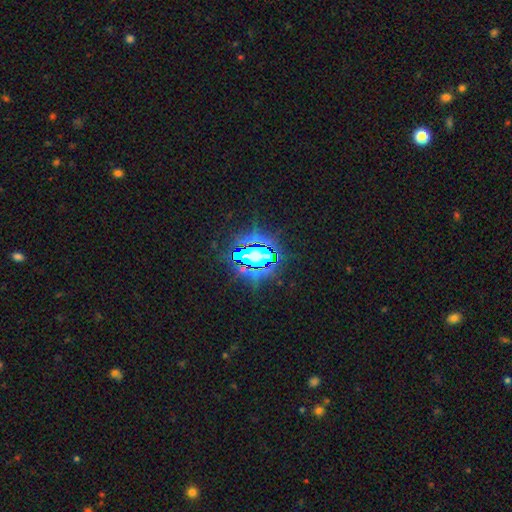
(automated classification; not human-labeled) Overall: star or artifact (74%).